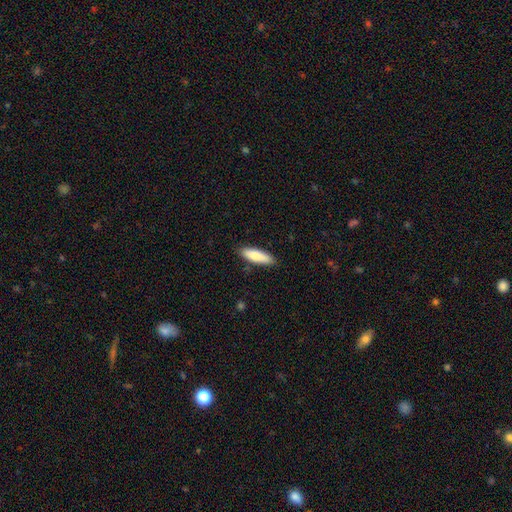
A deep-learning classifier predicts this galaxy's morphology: Smooth or featured? smooth (82%)
How rounded? cigar-shaped (57%)
Merging? none (86%)